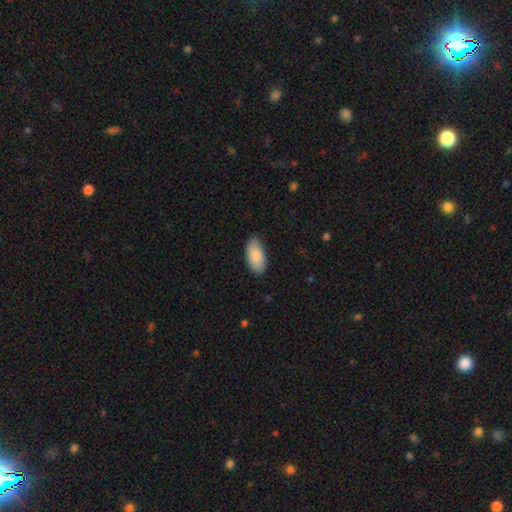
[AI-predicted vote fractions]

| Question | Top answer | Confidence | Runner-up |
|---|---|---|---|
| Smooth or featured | smooth | 87% | featured or disk (7%) |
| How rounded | in between | 94% | cigar-shaped (4%) |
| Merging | none | 82% | minor disturbance (15%) |